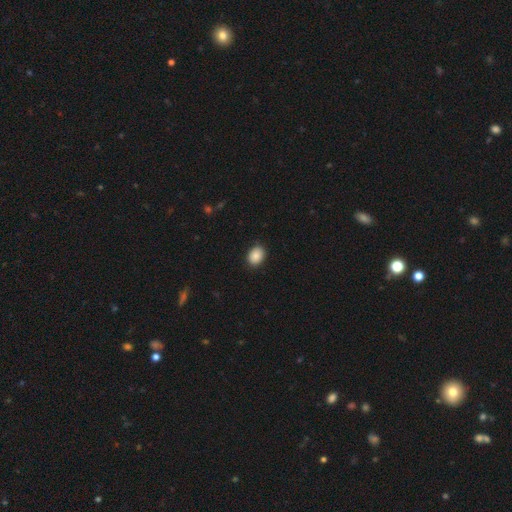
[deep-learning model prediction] Q: Smooth or featured?
A: smooth (89%); runner-up: star or artifact (8%)
Q: How rounded?
A: in between (65%); runner-up: round (34%)
Q: Merging?
A: none (88%); runner-up: minor disturbance (9%)